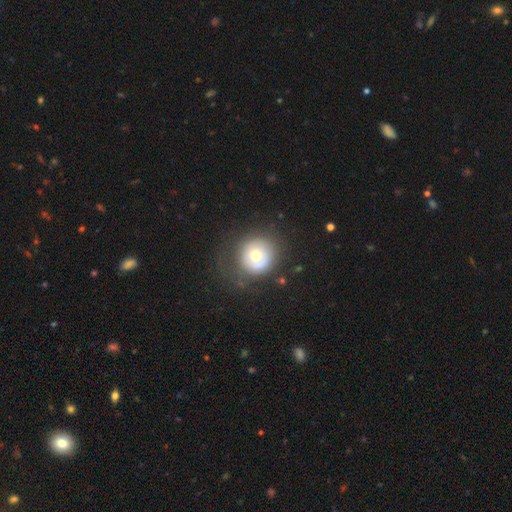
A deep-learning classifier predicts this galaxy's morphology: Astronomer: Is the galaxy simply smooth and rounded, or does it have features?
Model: smooth — 57% (runner-up: featured or disk, 34%).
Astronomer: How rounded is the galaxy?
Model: round — 91%.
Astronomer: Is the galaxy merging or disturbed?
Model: none — 62%.